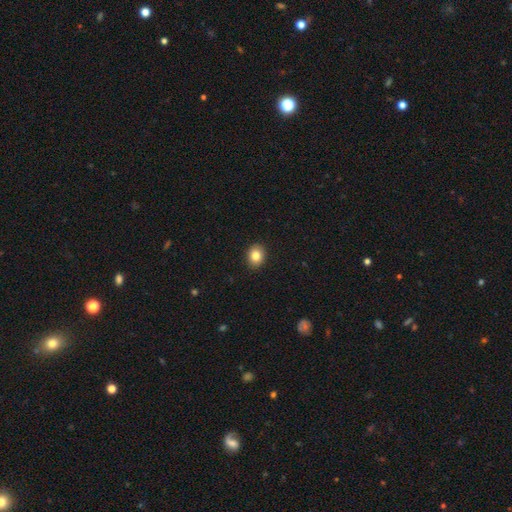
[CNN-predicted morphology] A smooth galaxy with no disk features (84%) that is in between round and cigar-shaped (53%).

Vote fractions:
- Smooth or featured? smooth: 84% / star or artifact: 9% / featured or disk: 7%
- How rounded? in between: 53% / round: 46% / cigar-shaped: 1%
- Merging? none: 91% / minor disturbance: 7% / major disturbance: 2% / merger: 1%